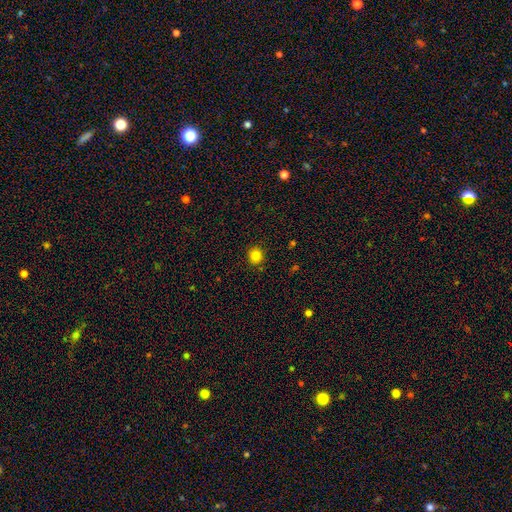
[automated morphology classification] A smooth galaxy with no disk features (84%) that is round (87%). Merging: none (90%).